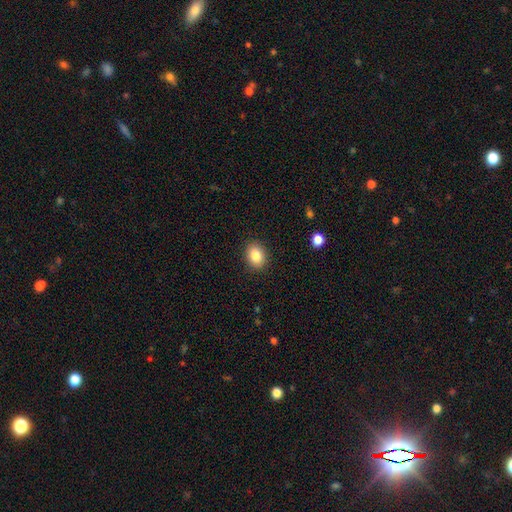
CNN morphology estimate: Smooth or featured? Predicted: smooth (p=0.85). How rounded? Predicted: in between (p=0.63). Merging? Predicted: none (p=0.89).